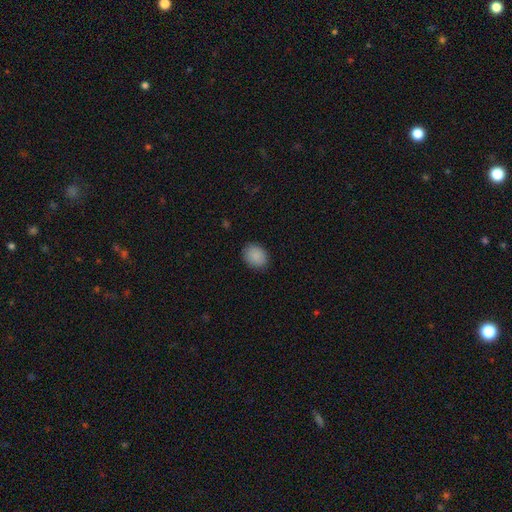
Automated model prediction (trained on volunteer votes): A smooth galaxy with no disk features (89%) that is round (53%).

Vote fractions:
- Smooth or featured? smooth: 89% / star or artifact: 8% / featured or disk: 4%
- How rounded? round: 53% / in between: 46% / cigar-shaped: 1%
- Merging? none: 87% / minor disturbance: 10% / major disturbance: 2% / merger: 1%